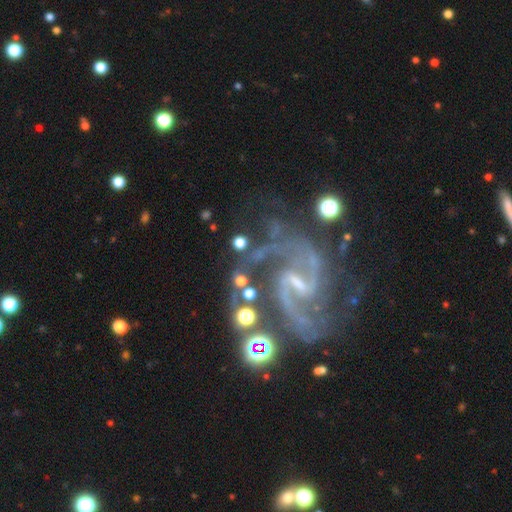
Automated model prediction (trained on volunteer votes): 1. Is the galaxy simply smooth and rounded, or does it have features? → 91% featured or disk, 7% star or artifact, 2% smooth.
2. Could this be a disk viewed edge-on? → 98% no, 2% yes.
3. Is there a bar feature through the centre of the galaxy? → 54% weak, 29% strong, 18% no.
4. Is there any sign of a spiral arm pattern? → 98% yes, 2% no.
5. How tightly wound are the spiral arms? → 59% medium, 22% loose, 18% tight.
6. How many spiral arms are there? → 78% 2, 7% 3, 5% can't tell, 3% 4, 3% 1, 3% more than 4.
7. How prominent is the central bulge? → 71% small, 14% none, 14% moderate, 1% large, 1% dominant.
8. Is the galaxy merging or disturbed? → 59% none, 19% minor disturbance, 14% major disturbance, 7% merger.